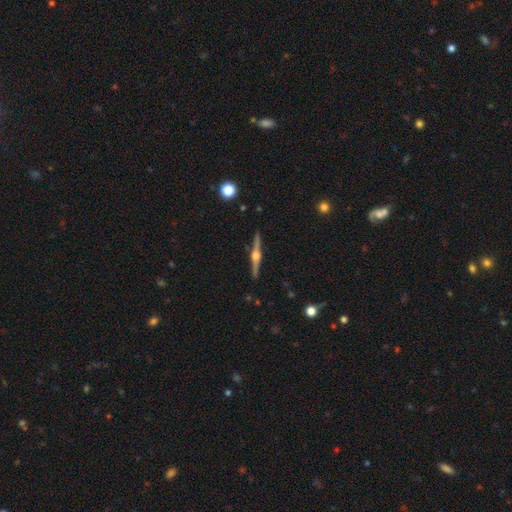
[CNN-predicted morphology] This is clearly a featured or disk galaxy (86%). It is clearly viewed edge-on (99%). Edge-on bulge: clearly rounded (94%). Merging: clearly none (92%).